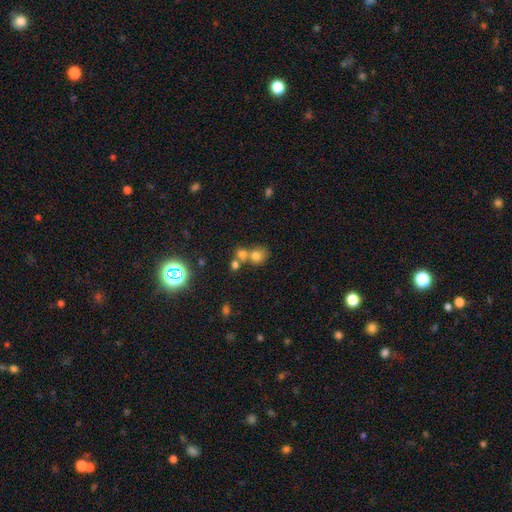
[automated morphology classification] The model was most divided on "merging": merger: 49%, none: 37%, minor disturbance: 9%, major disturbance: 5%. More confident: smooth or featured — smooth (71%); how rounded — round (70%).